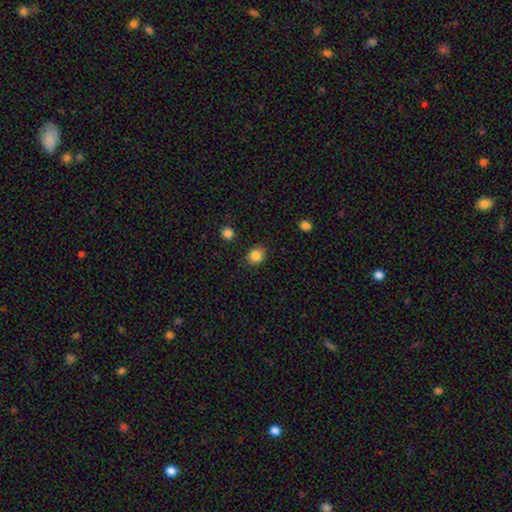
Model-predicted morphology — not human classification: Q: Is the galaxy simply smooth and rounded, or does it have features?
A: smooth — 85%.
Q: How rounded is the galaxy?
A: round — 70%.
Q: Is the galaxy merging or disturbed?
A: none — 83%.